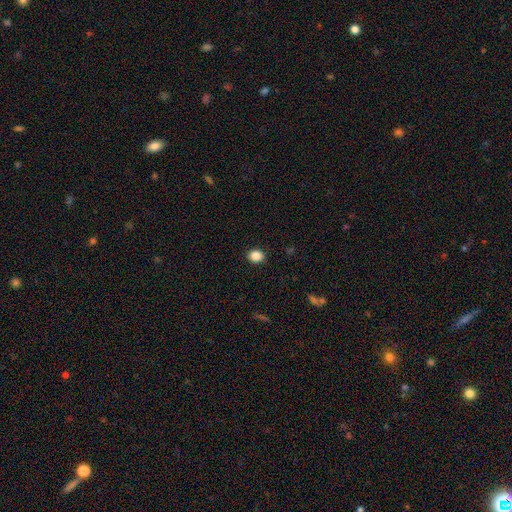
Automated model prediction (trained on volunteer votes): A smooth galaxy with no disk features (87%) that is round (57%). Merging: none (91%).